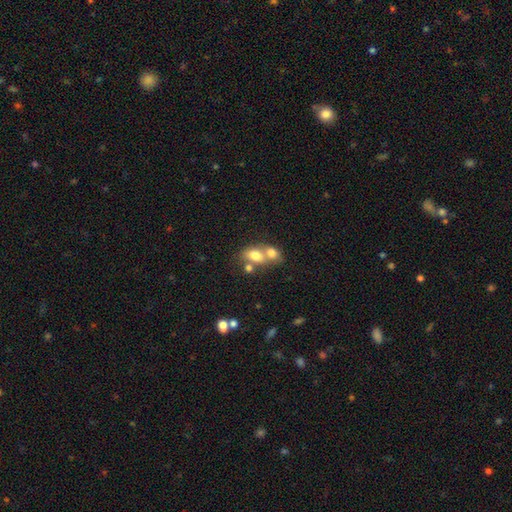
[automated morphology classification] smooth 73%, featured or disk 17%, star or artifact 10%. Down the decision tree: how rounded — in between (76%); merging — merger (64%).